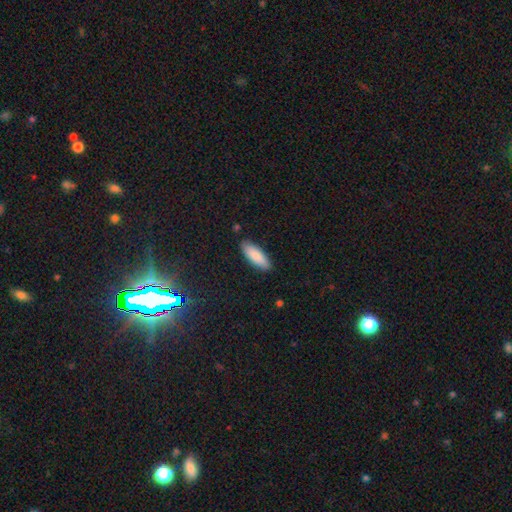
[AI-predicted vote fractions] Q: Smooth or featured?
A: smooth (87%); runner-up: featured or disk (8%)
Q: How rounded?
A: in between (65%); runner-up: cigar-shaped (33%)
Q: Merging?
A: none (87%); runner-up: minor disturbance (10%)